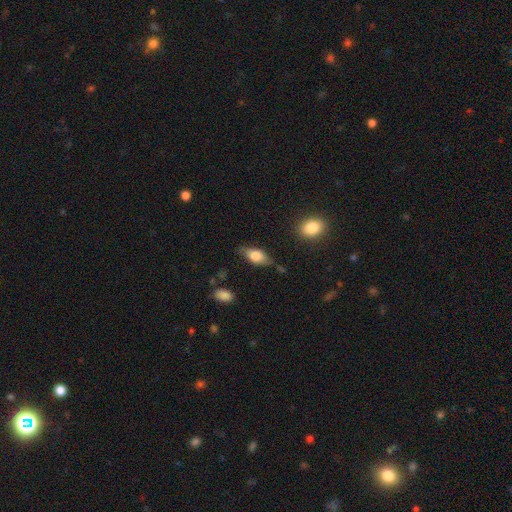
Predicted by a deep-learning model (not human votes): smooth 66%, featured or disk 27%, star or artifact 7%. Down the decision tree: how rounded — in between (83%); merging — none (68%).